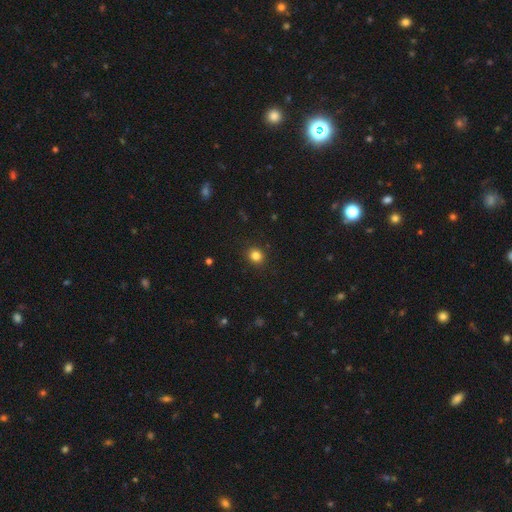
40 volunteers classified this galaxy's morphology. Smooth or featured?
  - smooth: 88% *
  - star or artifact: 10%
  - featured or disk: 2%
How rounded?
  - round: 71% *
  - in between: 29%
  - cigar-shaped: 0%
Merging?
  - none: 83% *
  - minor disturbance: 17%
  - major disturbance: 0%
  - merger: 0%